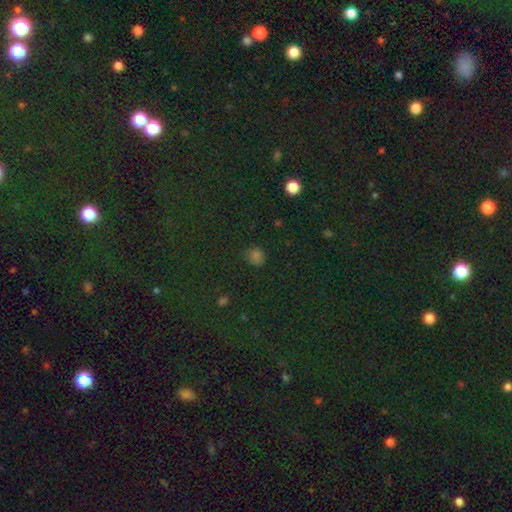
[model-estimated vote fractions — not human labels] smooth-or-featured: smooth: 67% | star or artifact: 28% | featured or disk: 5%
  how-rounded: round: 82% | in between: 17% | cigar-shaped: 1%
  merging: none: 78% | minor disturbance: 14% | major disturbance: 5% | merger: 2%